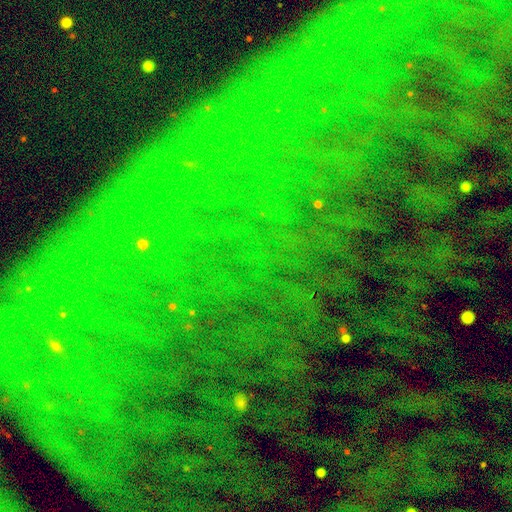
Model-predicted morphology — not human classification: Smooth or featured: star or artifact — 84% (featured or disk — 8%)